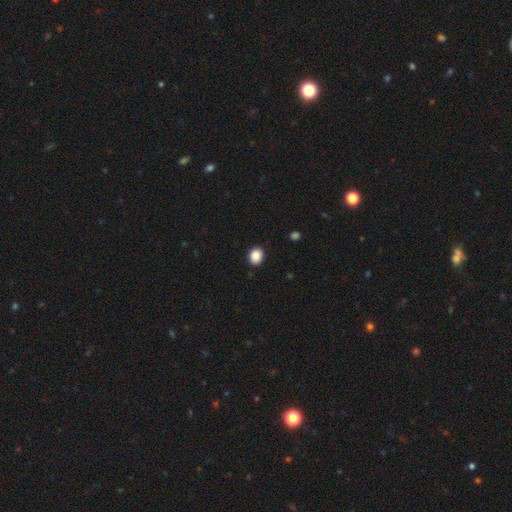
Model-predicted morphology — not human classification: type=smooth (88%); roundness=round (65%); merging=none (90%).